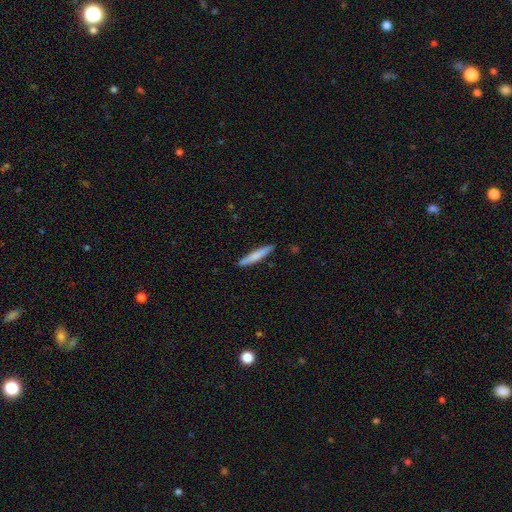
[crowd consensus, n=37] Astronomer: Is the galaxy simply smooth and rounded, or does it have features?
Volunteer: smooth — 62%.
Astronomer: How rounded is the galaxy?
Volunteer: cigar-shaped — 100%.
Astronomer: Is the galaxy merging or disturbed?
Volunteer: none — 91%.